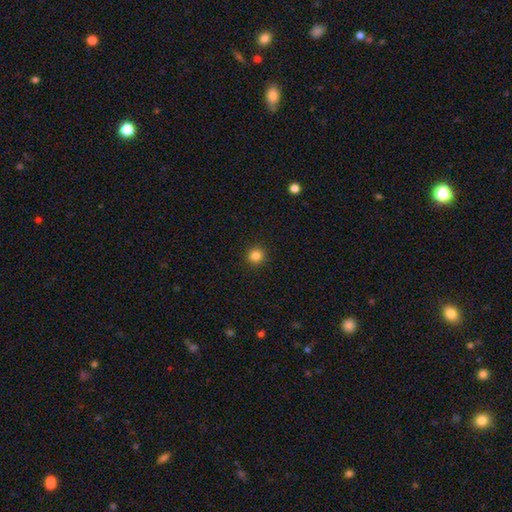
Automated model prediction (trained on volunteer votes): smooth 84%, star or artifact 12%, featured or disk 4%. Down the decision tree: how rounded — round (95%); merging — none (93%).